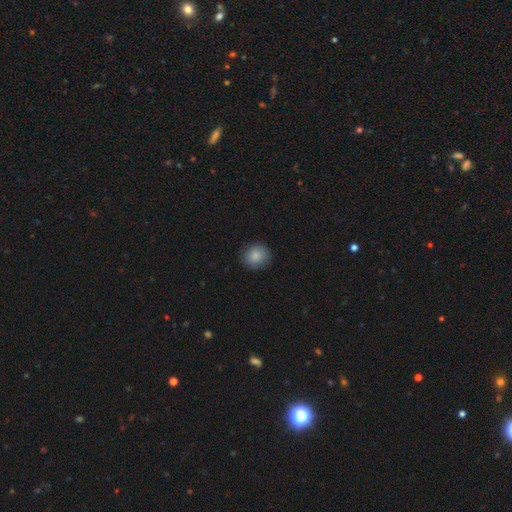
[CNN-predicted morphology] type=smooth (87%); roundness=round (80%); merging=none (88%).